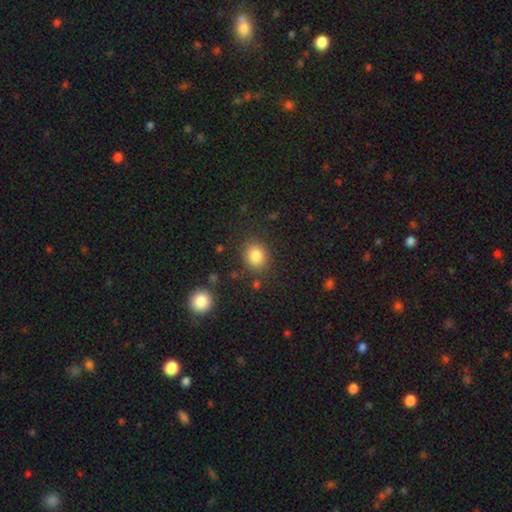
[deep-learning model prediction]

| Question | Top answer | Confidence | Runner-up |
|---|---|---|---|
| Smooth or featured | smooth | 84% | star or artifact (10%) |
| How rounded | round | 68% | in between (31%) |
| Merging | none | 84% | minor disturbance (10%) |